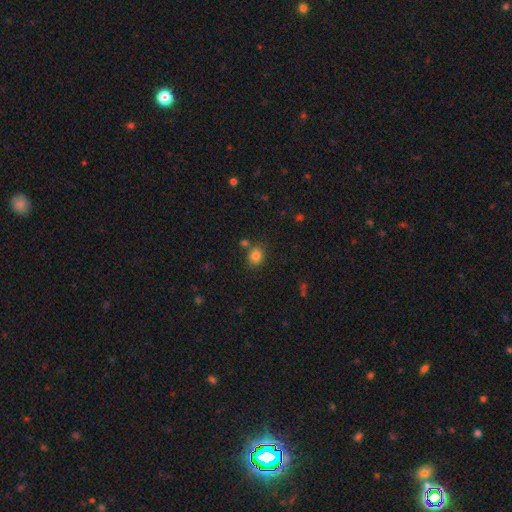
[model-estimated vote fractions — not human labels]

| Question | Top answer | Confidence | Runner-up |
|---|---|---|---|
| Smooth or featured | smooth | 83% | star or artifact (11%) |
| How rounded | round | 67% | in between (32%) |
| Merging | none | 75% | minor disturbance (11%) |